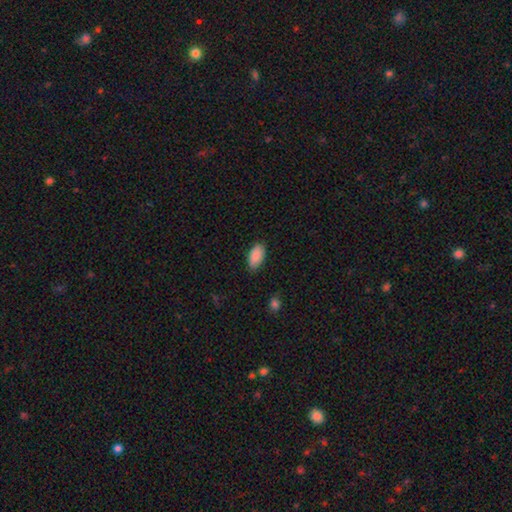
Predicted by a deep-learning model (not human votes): Morphology: type=smooth (88%); roundness=in between (94%); merging=none (83%).